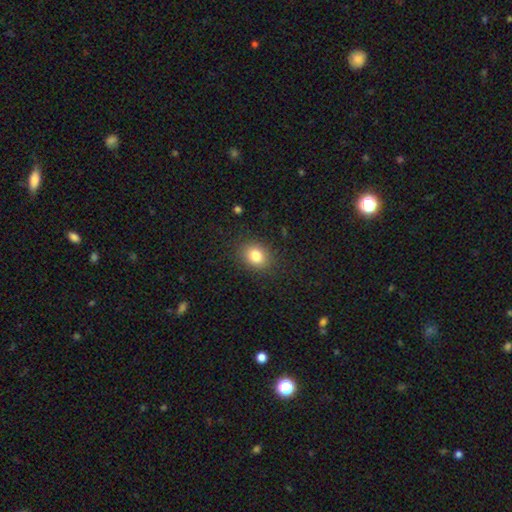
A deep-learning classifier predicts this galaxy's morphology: This appears to be a smooth galaxy with no disk features (82%) that is in between round and cigar-shaped (50%). Merging: none (86%).